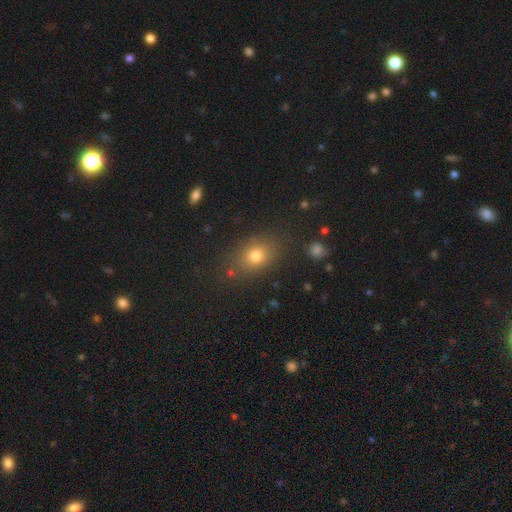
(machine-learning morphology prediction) Overall: smooth (74%). How rounded: in between (61%; round 37%). Merging: none (81%).